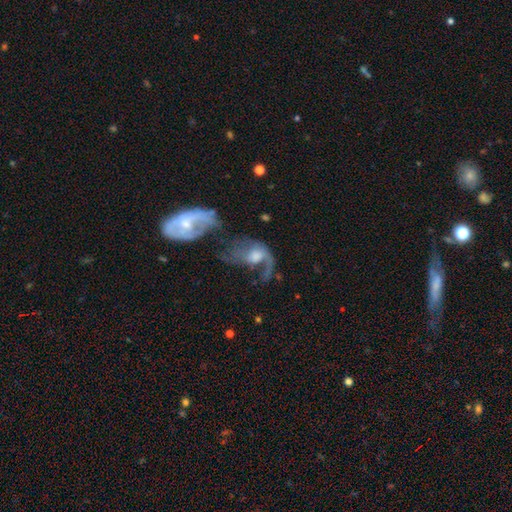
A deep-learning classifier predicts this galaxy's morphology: This is likely a featured or disk galaxy (66%). It is clearly not viewed edge-on (96%). Bar: likely no (69%). Spiral arm pattern: likely yes (69%). Central bulge: possibly moderate (48%). Merging: marginally major disturbance (41%).